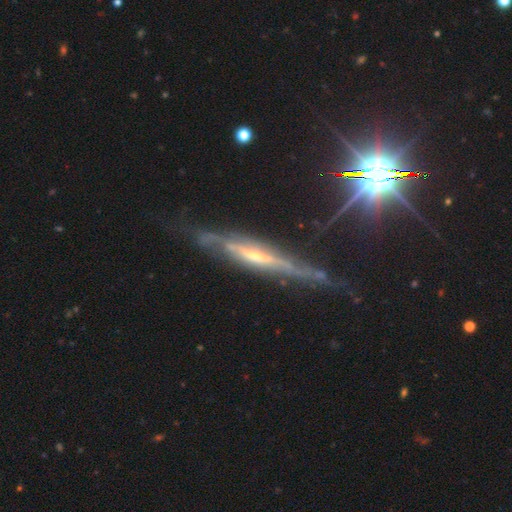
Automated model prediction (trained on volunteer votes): Smooth or featured?
  - featured or disk: 80% *
  - smooth: 12%
  - star or artifact: 8%
Edge-on disk?
  - yes: 79% *
  - no: 21%
Edge-on bulge?
  - rounded: 45% *
  - none: 38%
  - boxy: 18%
Merging?
  - none: 57% *
  - minor disturbance: 26%
  - major disturbance: 13%
  - merger: 4%